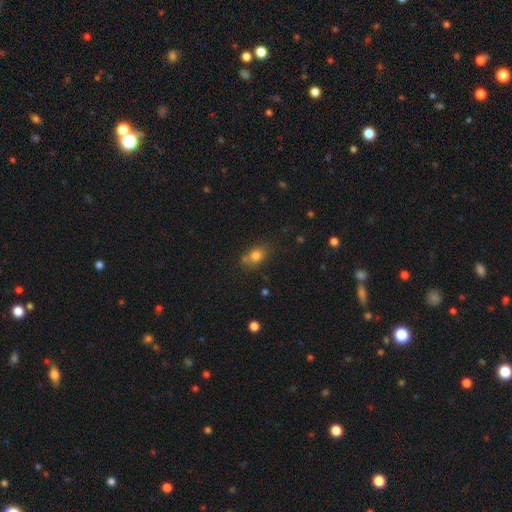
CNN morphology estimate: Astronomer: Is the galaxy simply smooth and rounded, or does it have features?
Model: smooth — 79%.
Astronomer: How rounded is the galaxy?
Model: in between — 59% (runner-up: round, 39%).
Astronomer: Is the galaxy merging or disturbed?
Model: none — 63%.